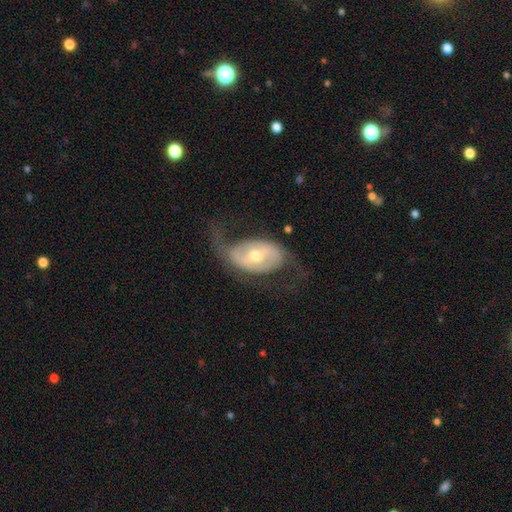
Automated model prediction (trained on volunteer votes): A featured or disk galaxy (79%) with a weak bar (37%), 2 (86%) loose (56%) spiral arms (83%) and a moderate central bulge (57%).

Vote fractions:
- Smooth or featured? featured or disk: 79% / smooth: 16% / star or artifact: 6%
- Edge-on disk? no: 94% / yes: 6%
- Bar? weak: 37% / no: 36% / strong: 27%
- Spiral arms? yes: 83% / no: 17%
- Spiral winding? loose: 56% / medium: 33% / tight: 11%
- Spiral arm count? 2: 86% / can't tell: 7% / 1: 4% / 3: 1% / 4: 1% / more than 4: 1%
- Bulge size? moderate: 57% / small: 36% / large: 4% / dominant: 1% / none: 1%
- Merging? none: 57% / major disturbance: 23% / minor disturbance: 18% / merger: 2%